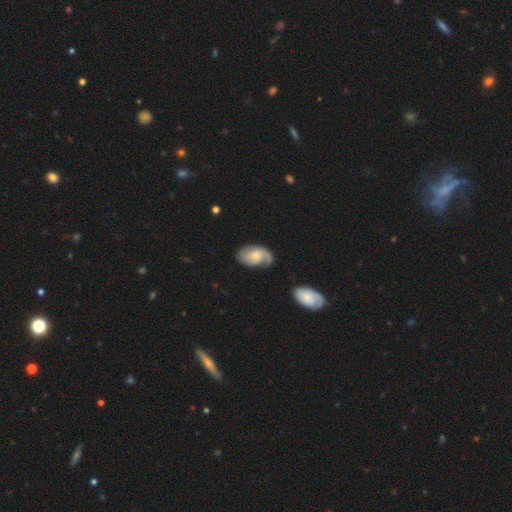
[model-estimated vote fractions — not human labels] Smooth or featured? Predicted: featured or disk (p=0.72). Edge-on disk? Predicted: no (p=0.97). Bar? Predicted: no (p=0.65). Spiral arms? Predicted: yes (p=0.94). Spiral winding? Predicted: medium (p=0.43). Spiral arm count? Predicted: 2 (p=0.63). Bulge size? Predicted: small (p=0.50). Merging? Predicted: none (p=0.62).